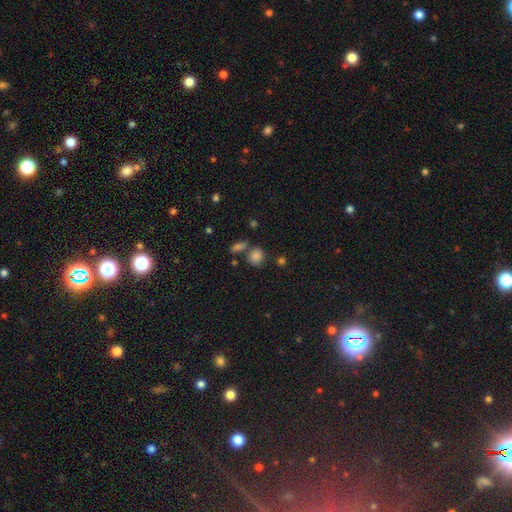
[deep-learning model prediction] This appears to be a smooth galaxy with no disk features (83%) that is round (73%). Merging: none (61%).